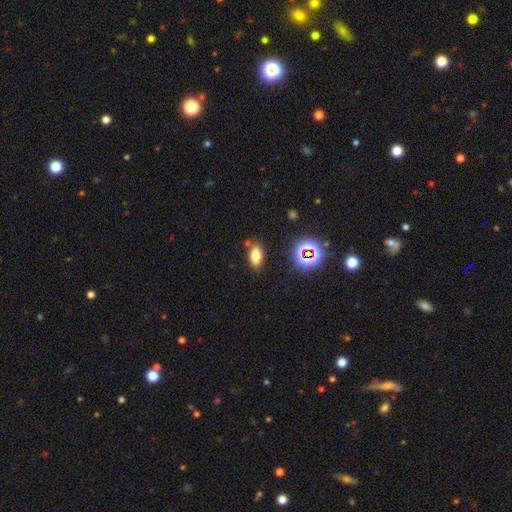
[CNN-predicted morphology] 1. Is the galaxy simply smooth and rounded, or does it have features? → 68% smooth, 17% star or artifact, 15% featured or disk.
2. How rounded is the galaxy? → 82% in between, 10% cigar-shaped, 8% round.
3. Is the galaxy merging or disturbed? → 82% none, 11% minor disturbance, 4% merger, 3% major disturbance.